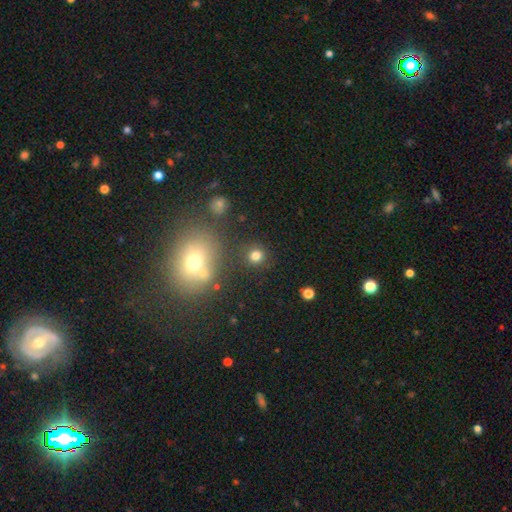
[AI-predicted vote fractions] smooth 79%, star or artifact 15%, featured or disk 6%. Down the decision tree: how rounded — round (88%); merging — none (85%).